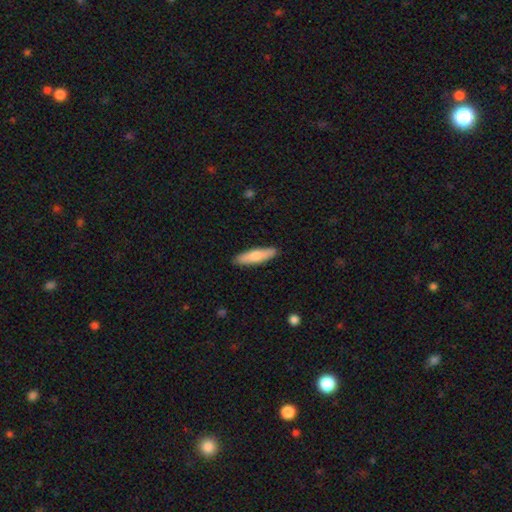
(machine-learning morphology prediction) This appears to be a smooth galaxy with no disk features (70%) that is cigar-shaped (74%). Merging: none (90%).